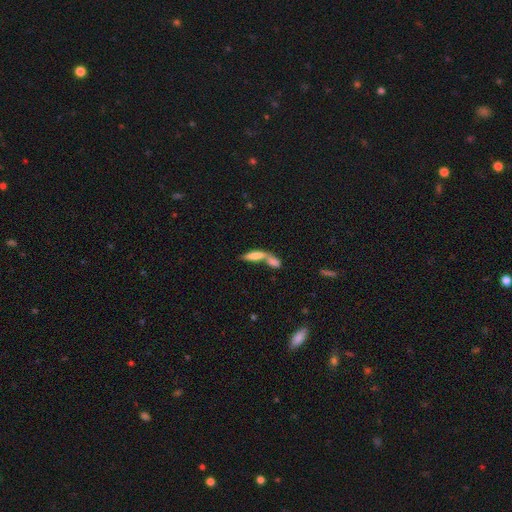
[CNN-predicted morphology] Smooth or featured? smooth (72%)
How rounded? cigar-shaped (51%)
Merging? merger (69%)